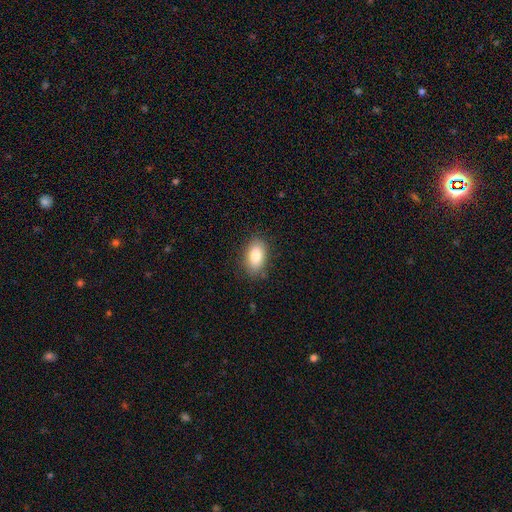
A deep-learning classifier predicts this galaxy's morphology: smooth_or_featured: smooth (p=0.83) [alt: featured or disk p=0.10]
how_rounded: in between (p=0.91) [alt: round p=0.07]
merging: none (p=0.84) [alt: minor disturbance p=0.12]